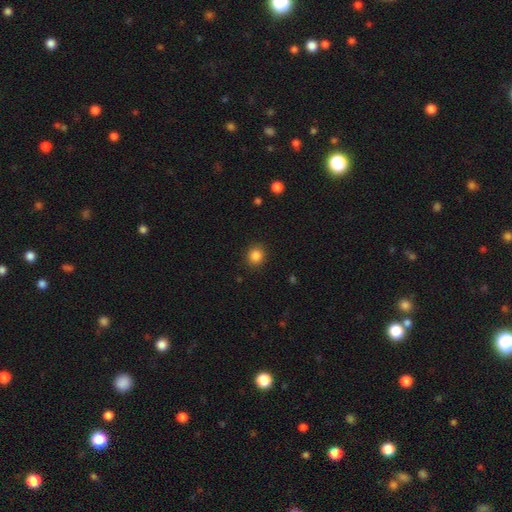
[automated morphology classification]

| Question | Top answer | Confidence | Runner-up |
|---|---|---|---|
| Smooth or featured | smooth | 86% | star or artifact (11%) |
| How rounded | round | 84% | in between (15%) |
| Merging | none | 90% | minor disturbance (7%) |